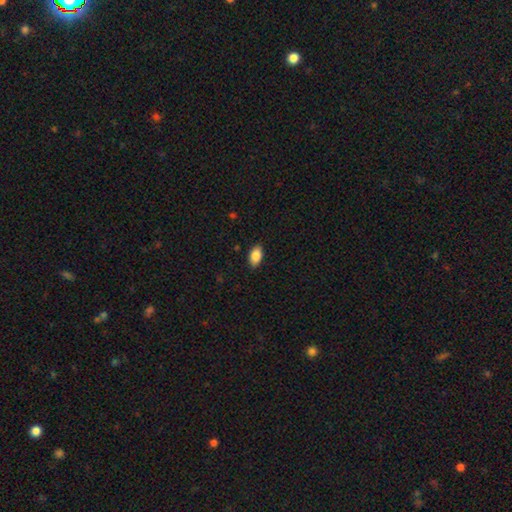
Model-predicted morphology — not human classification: Smooth or featured? smooth (87%)
How rounded? in between (93%)
Merging? none (87%)